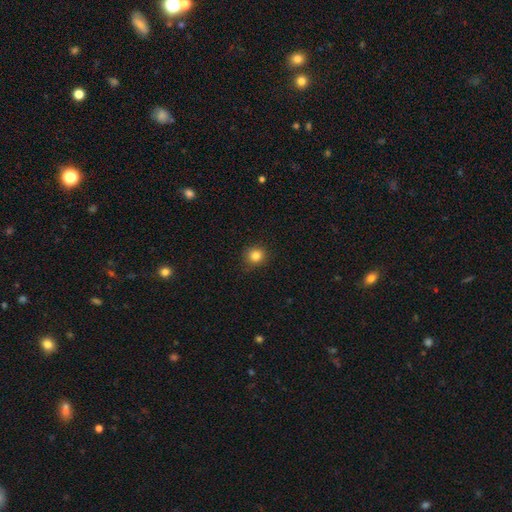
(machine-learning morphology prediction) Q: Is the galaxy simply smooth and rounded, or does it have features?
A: smooth — 84%.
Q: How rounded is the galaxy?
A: round — 89%.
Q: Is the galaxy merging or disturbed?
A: none — 87%.